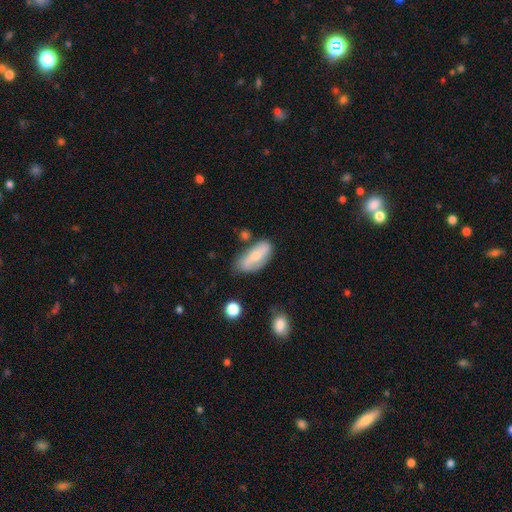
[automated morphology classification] smooth_or_featured: smooth (p=0.50) [alt: featured or disk p=0.43]
how_rounded: in between (p=0.85) [alt: cigar-shaped p=0.11]
merging: none (p=0.62) [alt: minor disturbance p=0.25]